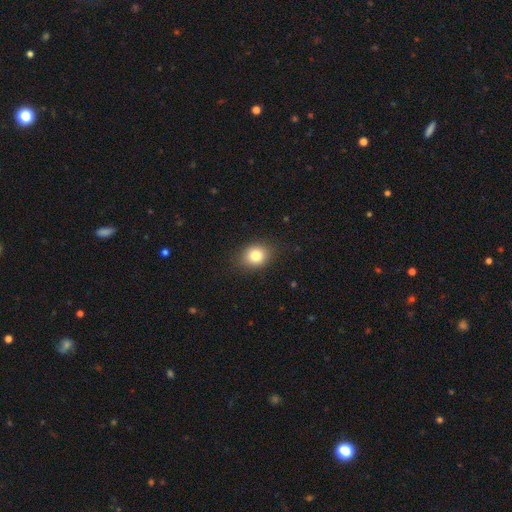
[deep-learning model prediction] A smooth galaxy with no disk features (81%) that is round (58%).

Vote fractions:
- Smooth or featured? smooth: 81% / star or artifact: 11% / featured or disk: 8%
- How rounded? round: 58% / in between: 41% / cigar-shaped: 1%
- Merging? none: 85% / minor disturbance: 11% / major disturbance: 3% / merger: 1%